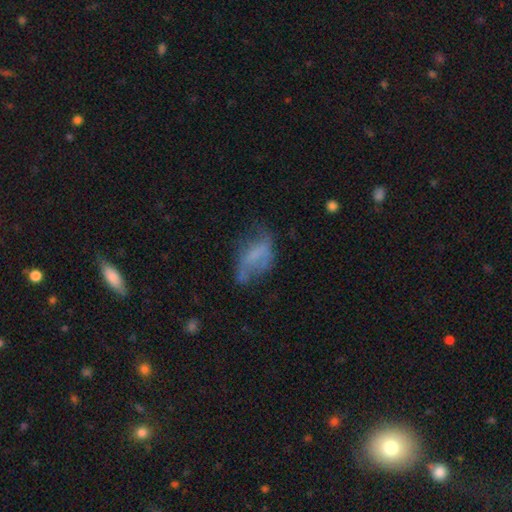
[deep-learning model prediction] Overall: featured or disk (44%, tied with smooth). Merging: major disturbance (34%; none 31%).